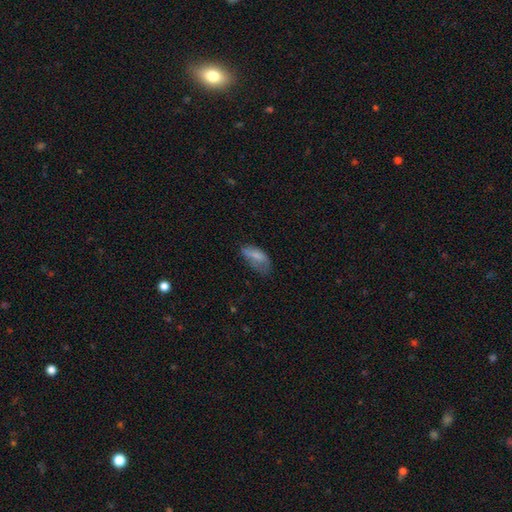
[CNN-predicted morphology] Smooth or featured: smooth — 72% (featured or disk — 19%)
How rounded: in between — 85% (cigar-shaped — 12%)
Merging: minor disturbance — 34% (tied with none — 34%)